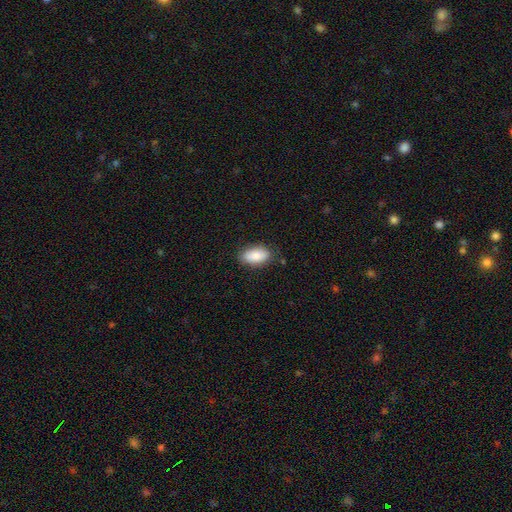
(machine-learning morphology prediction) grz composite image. It shows a smooth galaxy with no disk features (85%) that is in between round and cigar-shaped (92%). Merging: none (83%).